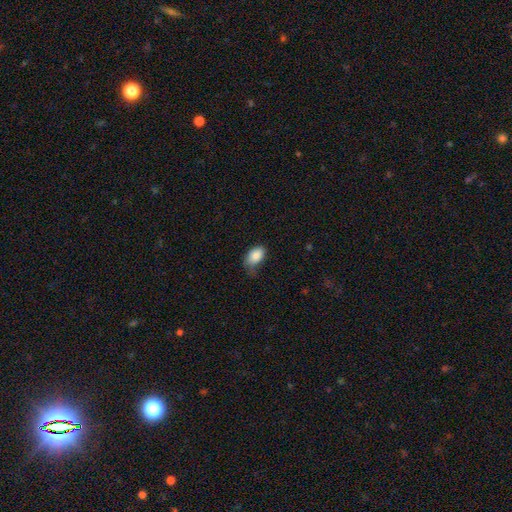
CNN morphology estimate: smooth_or_featured: smooth (p=0.87) [alt: star or artifact p=0.08]
how_rounded: in between (p=0.89) [alt: round p=0.09]
merging: none (p=0.49) [alt: minor disturbance p=0.38]